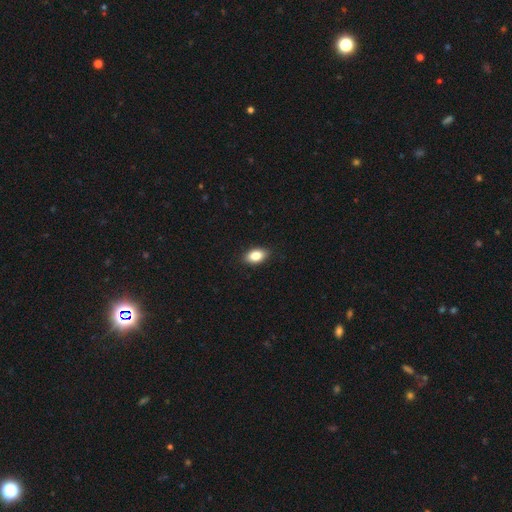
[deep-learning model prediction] Smooth or featured? smooth (84%)
How rounded? in between (89%)
Merging? none (88%)